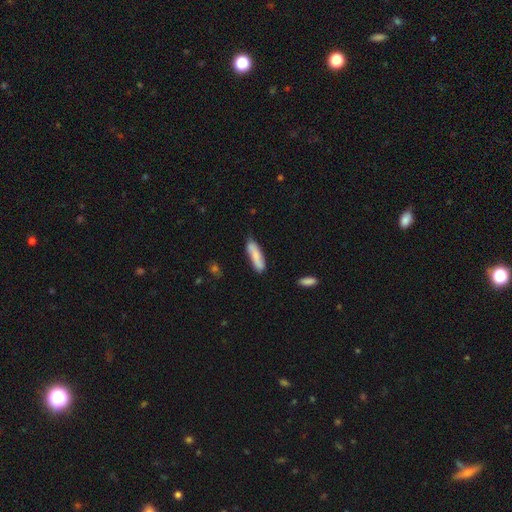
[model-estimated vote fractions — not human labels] Smooth or featured: smooth — 78% (featured or disk — 17%)
How rounded: cigar-shaped — 64% (in between — 35%)
Merging: none — 72% (minor disturbance — 21%)